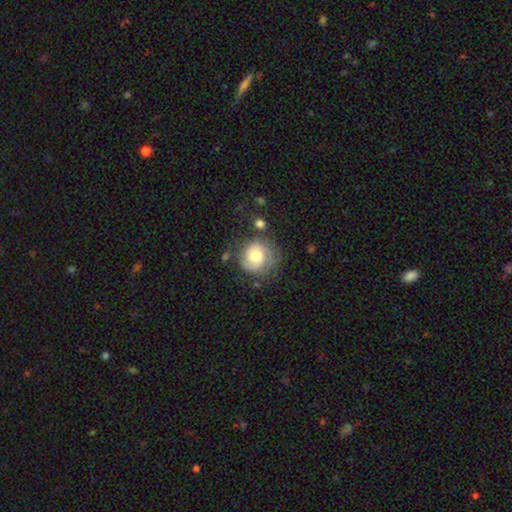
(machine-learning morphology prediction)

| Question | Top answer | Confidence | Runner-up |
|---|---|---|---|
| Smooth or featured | featured or disk | 55% | smooth (37%) |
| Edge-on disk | no | 98% | yes (2%) |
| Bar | no | 71% | weak (25%) |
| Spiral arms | yes | 82% | no (18%) |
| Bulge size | moderate | 68% | large (17%) |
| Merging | none | 64% | minor disturbance (21%) |